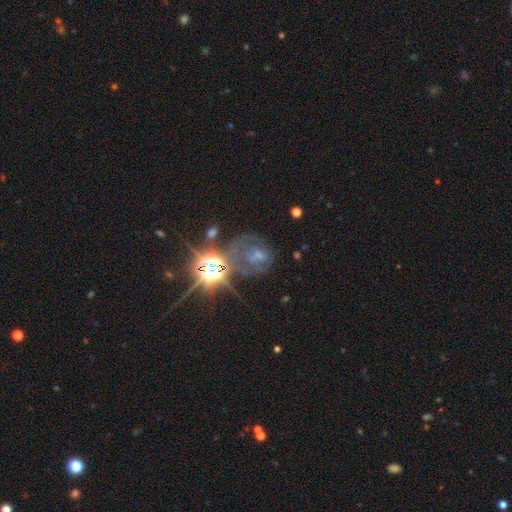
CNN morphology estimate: Overall: star or artifact (40%; featured or disk 37%).